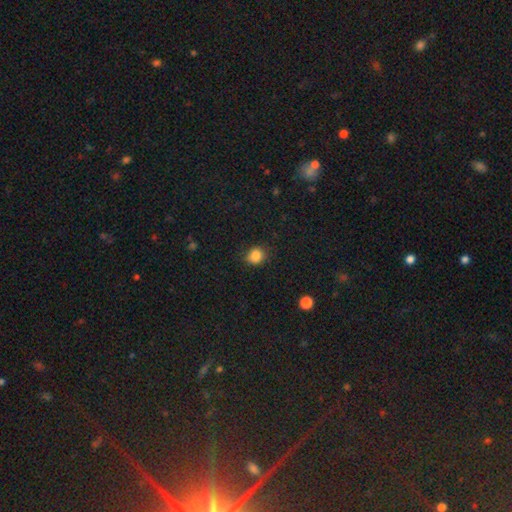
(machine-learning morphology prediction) smooth-or-featured: smooth: 84% | star or artifact: 11% | featured or disk: 5%
  how-rounded: round: 74% | in between: 25% | cigar-shaped: 1%
  merging: none: 82% | minor disturbance: 13% | major disturbance: 3% | merger: 1%